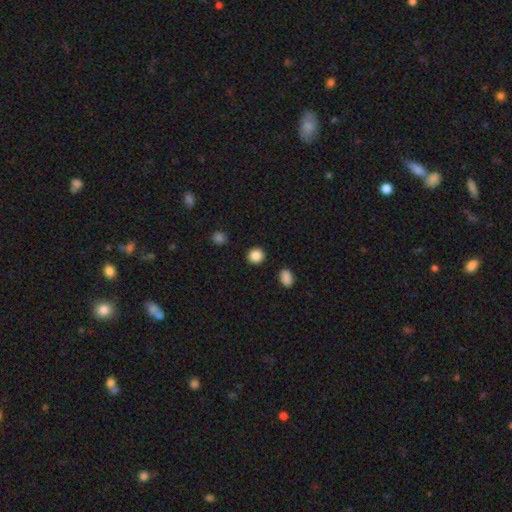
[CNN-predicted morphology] smooth-or-featured: smooth: 87% | star or artifact: 10% | featured or disk: 3%
  how-rounded: round: 90% | in between: 9% | cigar-shaped: 1%
  merging: none: 91% | minor disturbance: 5% | merger: 2% | major disturbance: 2%